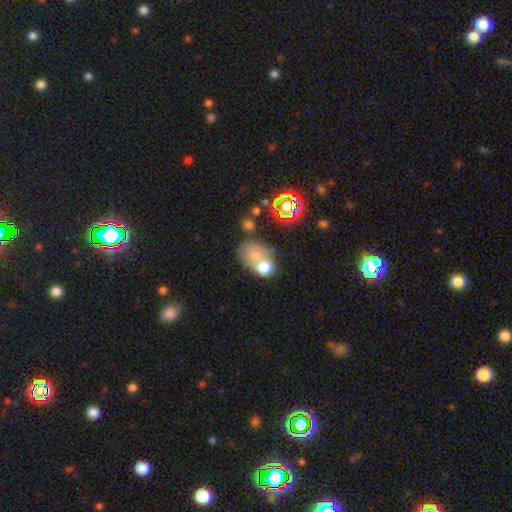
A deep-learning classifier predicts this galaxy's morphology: This is likely a smooth galaxy (65%). How rounded: possibly in between (52%). Merging: possibly merger (54%).